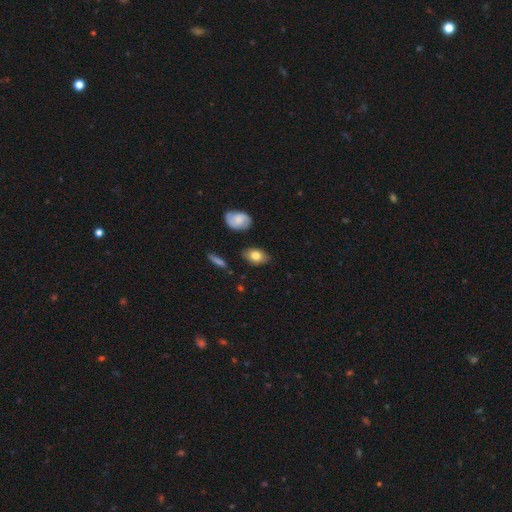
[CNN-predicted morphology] smooth-or-featured: smooth: 78% | featured or disk: 15% | star or artifact: 7%
  how-rounded: in between: 88% | round: 10% | cigar-shaped: 2%
  merging: none: 81% | minor disturbance: 14% | merger: 3% | major disturbance: 3%